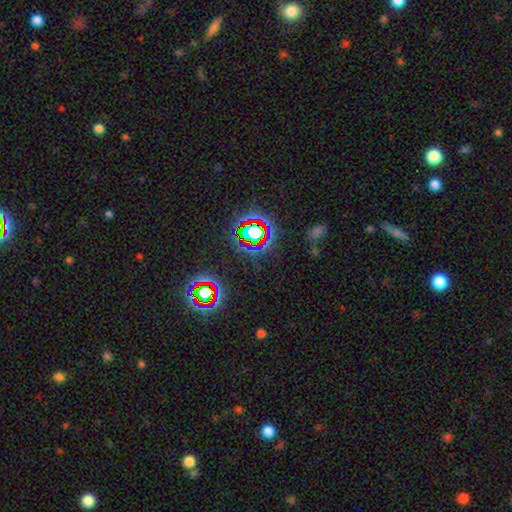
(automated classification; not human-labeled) A star or artifact, not a galaxy (71%).